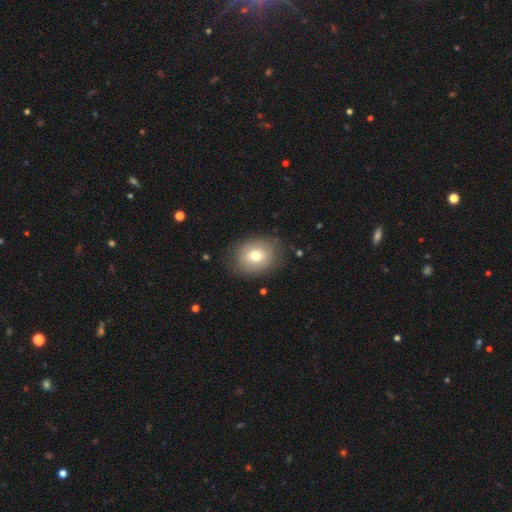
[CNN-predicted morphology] Smooth or featured? Predicted: smooth (p=0.71). How rounded? Predicted: round (p=0.51). Merging? Predicted: none (p=0.81).